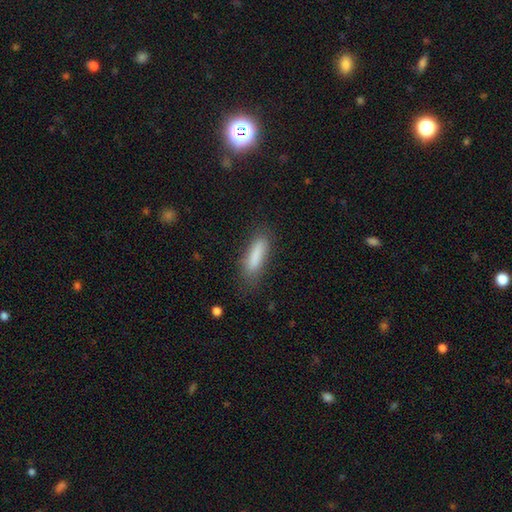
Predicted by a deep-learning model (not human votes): smooth_or_featured: smooth (p=0.82) [alt: featured or disk p=0.10]
how_rounded: cigar-shaped (p=0.62) [alt: in between p=0.37]
merging: none (p=0.75) [alt: minor disturbance p=0.17]